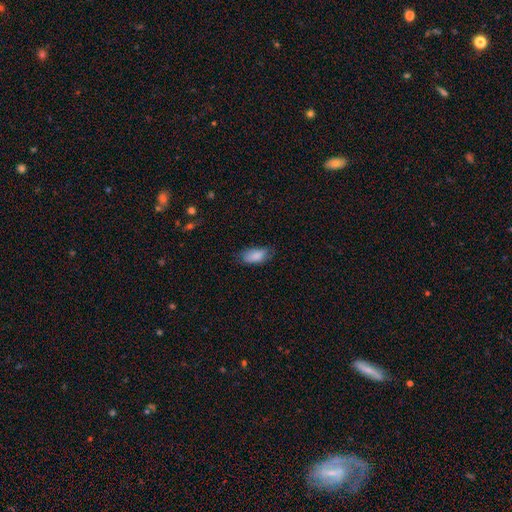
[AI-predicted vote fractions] A smooth galaxy with no disk features (86%) that is in between round and cigar-shaped (90%). Merging: none (65%).